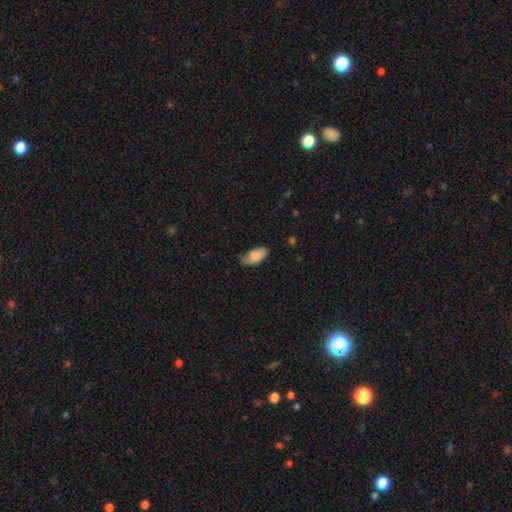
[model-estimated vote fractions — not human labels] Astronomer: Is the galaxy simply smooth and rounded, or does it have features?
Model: smooth — 85%.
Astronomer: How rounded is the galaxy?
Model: in between — 93%.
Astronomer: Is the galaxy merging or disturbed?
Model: none — 53% (runner-up: minor disturbance, 36%).